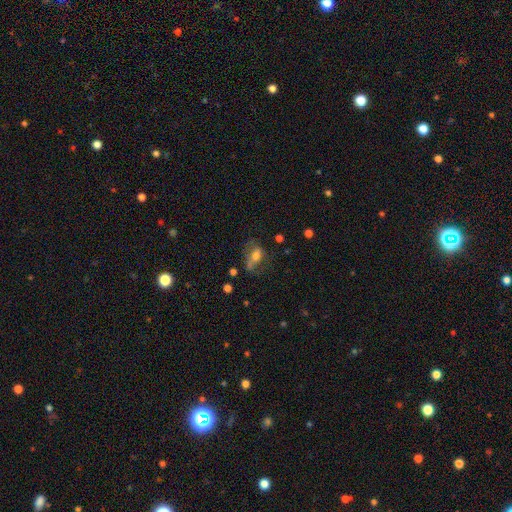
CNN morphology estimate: This is possibly a smooth galaxy (54%). How rounded: likely in between (78%). Merging: marginally none (38%).